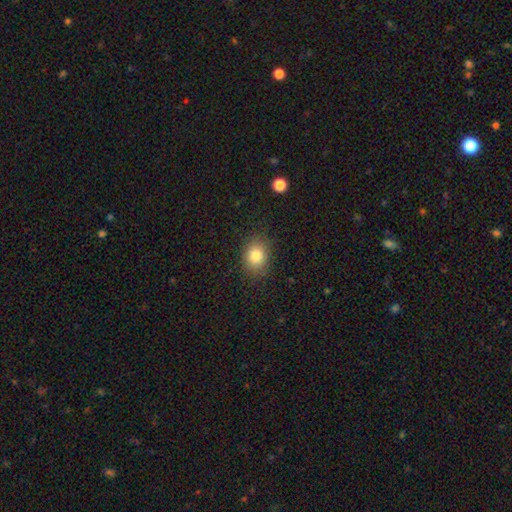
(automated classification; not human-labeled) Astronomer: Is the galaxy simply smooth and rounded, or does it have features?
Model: smooth — 82%.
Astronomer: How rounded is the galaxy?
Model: round — 51% (runner-up: in between, 48%).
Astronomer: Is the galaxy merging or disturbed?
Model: none — 84%.